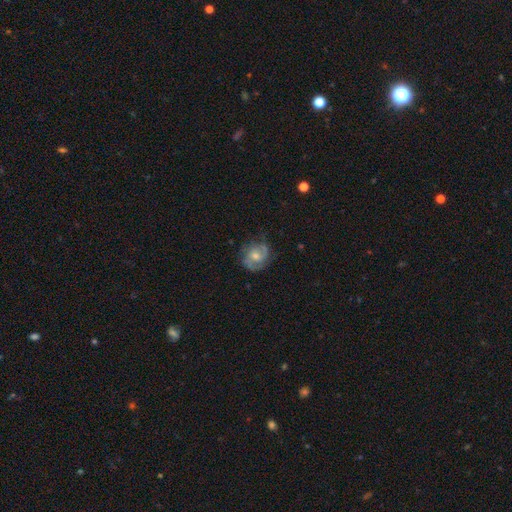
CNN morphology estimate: Smooth or featured? Predicted: featured or disk (p=0.69). Edge-on disk? Predicted: no (p=0.97). Bar? Predicted: no (p=0.63). Spiral arms? Predicted: yes (p=0.90). Spiral winding? Predicted: medium (p=0.46). Spiral arm count? Predicted: 2 (p=0.66). Bulge size? Predicted: moderate (p=0.59). Merging? Predicted: none (p=0.69).